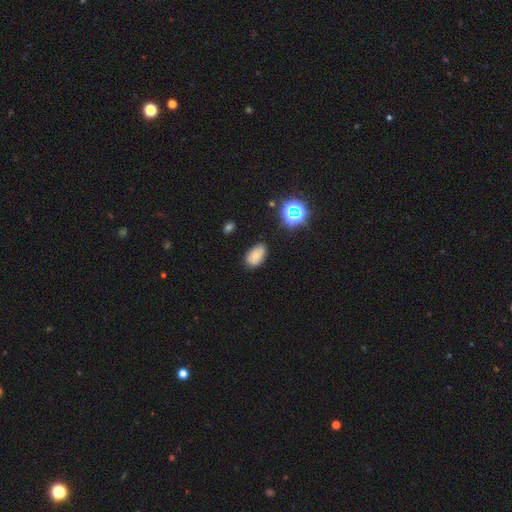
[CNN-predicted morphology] smooth_or_featured: smooth (p=0.70) [alt: featured or disk p=0.15]
how_rounded: in between (p=0.90) [alt: round p=0.09]
merging: none (p=0.74) [alt: minor disturbance p=0.20]